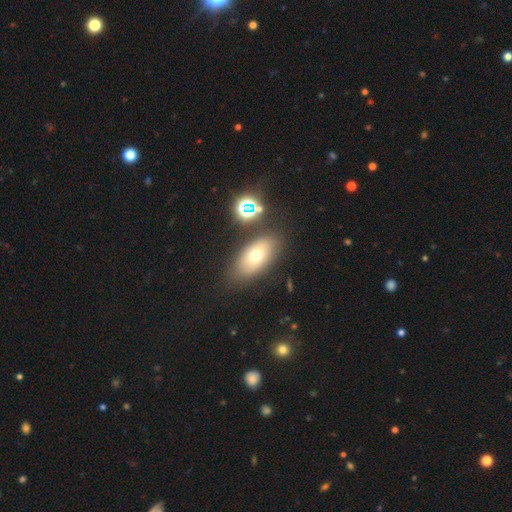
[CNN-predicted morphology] A smooth galaxy with no disk features (65%) that is in between round and cigar-shaped (88%). Merging: none (77%).